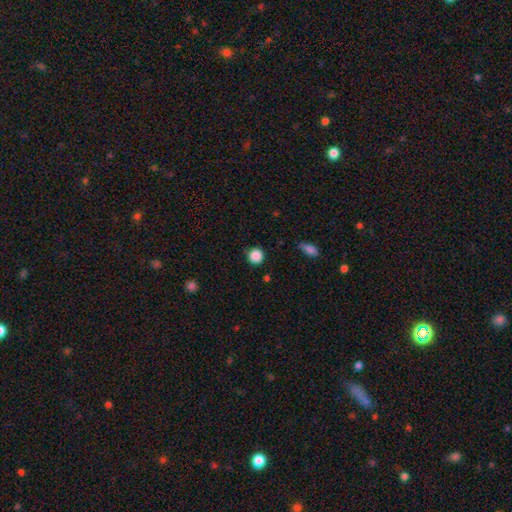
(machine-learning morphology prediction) type=smooth (88%); roundness=round (92%); merging=none (85%).